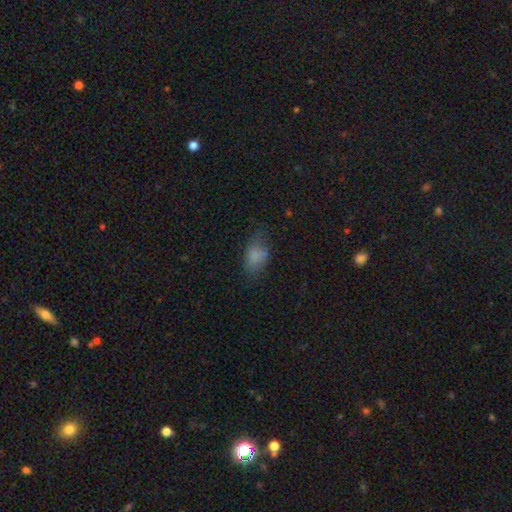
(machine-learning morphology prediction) Smooth or featured? smooth (76%)
How rounded? in between (87%)
Merging? none (51%)